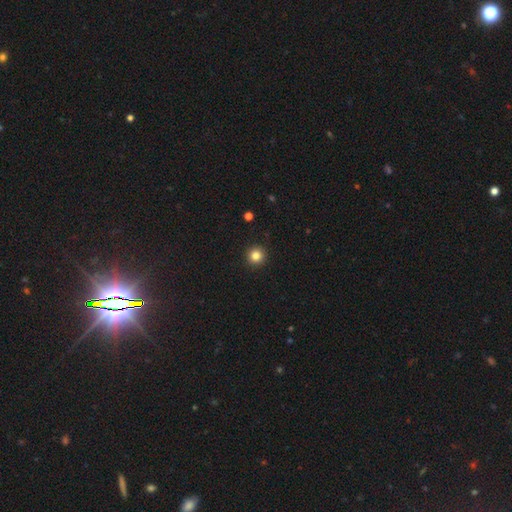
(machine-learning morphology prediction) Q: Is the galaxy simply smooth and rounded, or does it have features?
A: smooth — 84%.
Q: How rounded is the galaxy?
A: round — 96%.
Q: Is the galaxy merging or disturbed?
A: none — 93%.